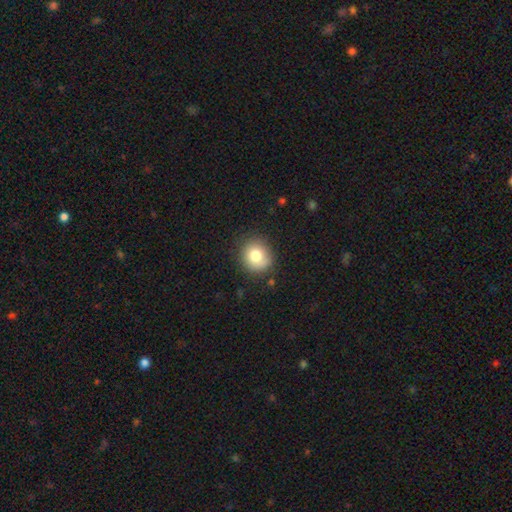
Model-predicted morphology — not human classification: This is likely a smooth galaxy (79%). How rounded: clearly round (81%). Merging: likely none (79%).